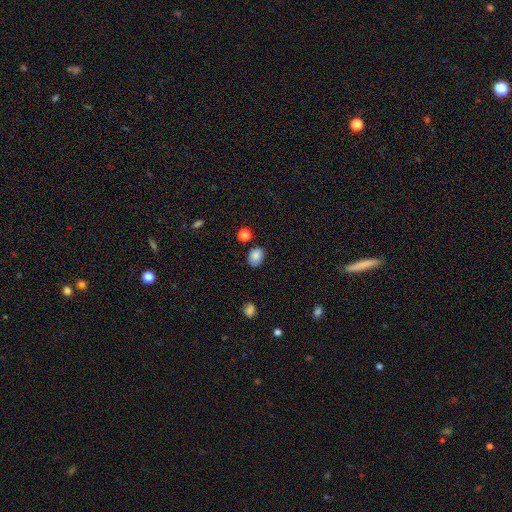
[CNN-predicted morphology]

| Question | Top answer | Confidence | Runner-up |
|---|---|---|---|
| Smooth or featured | smooth | 85% | star or artifact (10%) |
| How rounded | in between | 67% | round (32%) |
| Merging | none | 79% | minor disturbance (15%) |